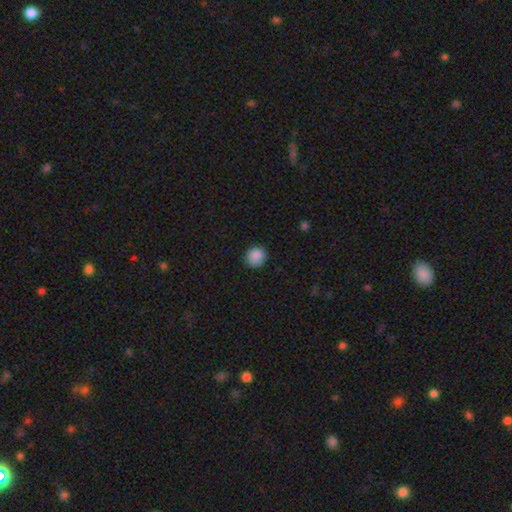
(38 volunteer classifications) A smooth galaxy with no disk features (84%) that is round (91%).

Vote fractions:
- Smooth or featured? smooth: 84% / featured or disk: 8% / star or artifact: 8%
- How rounded? round: 91% / in between: 9% / cigar-shaped: 0%
- Merging? none: 83% / minor disturbance: 11% / major disturbance: 3% / merger: 3%